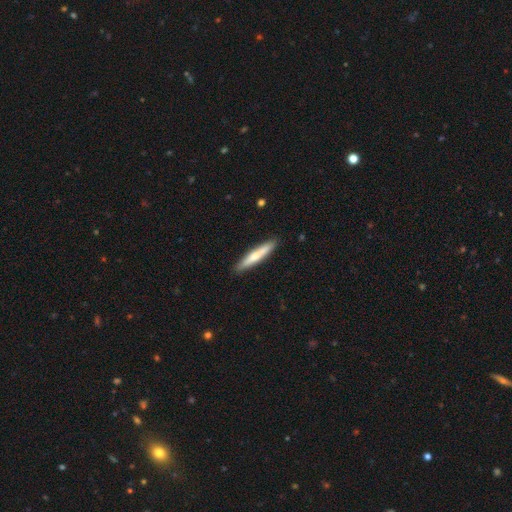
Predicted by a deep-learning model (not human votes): smooth 59%, featured or disk 36%, star or artifact 5%. Down the decision tree: how rounded — cigar-shaped (92%); merging — none (89%).